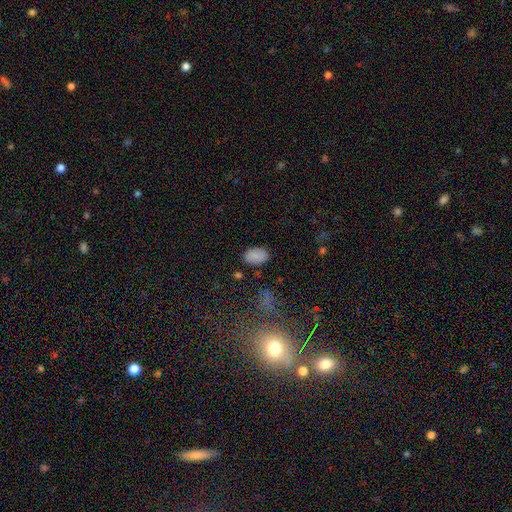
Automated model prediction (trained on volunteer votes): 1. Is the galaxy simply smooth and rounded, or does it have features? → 84% smooth, 10% star or artifact, 7% featured or disk.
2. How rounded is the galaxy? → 92% in between, 7% round, 1% cigar-shaped.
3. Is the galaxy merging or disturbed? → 83% none, 12% minor disturbance, 3% major disturbance, 2% merger.